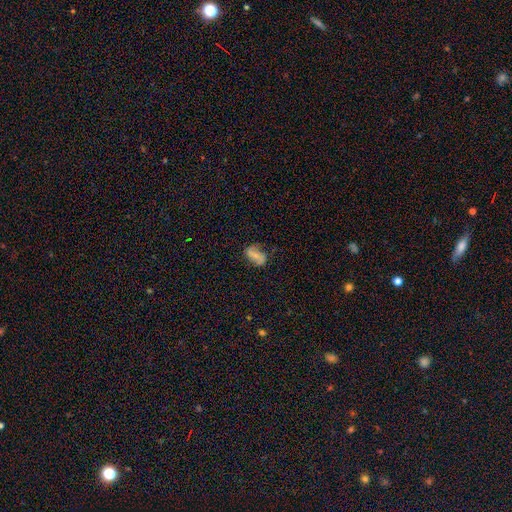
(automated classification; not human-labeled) Smooth or featured?
  - featured or disk: 51% *
  - smooth: 40%
  - star or artifact: 10%
Edge-on disk?
  - no: 95% *
  - yes: 5%
Merging?
  - none: 67% *
  - minor disturbance: 21%
  - major disturbance: 10%
  - merger: 2%